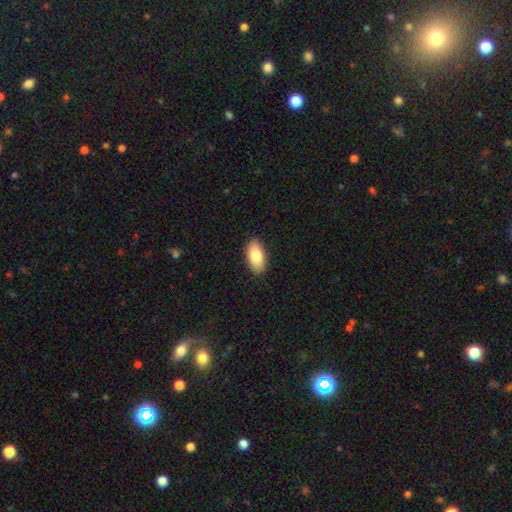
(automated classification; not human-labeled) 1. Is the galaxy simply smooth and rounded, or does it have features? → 83% smooth, 10% featured or disk, 6% star or artifact.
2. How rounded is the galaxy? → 93% in between, 4% cigar-shaped, 3% round.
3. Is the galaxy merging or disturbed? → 89% none, 8% minor disturbance, 2% major disturbance, 1% merger.